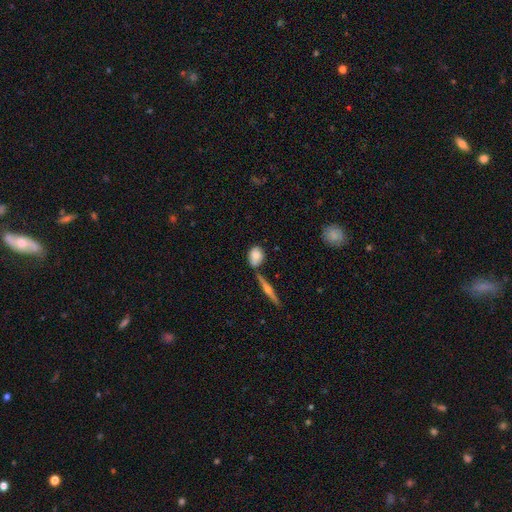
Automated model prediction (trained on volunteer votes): smooth 79%, featured or disk 14%, star or artifact 7%. Down the decision tree: how rounded — in between (63%); merging — none (59%).